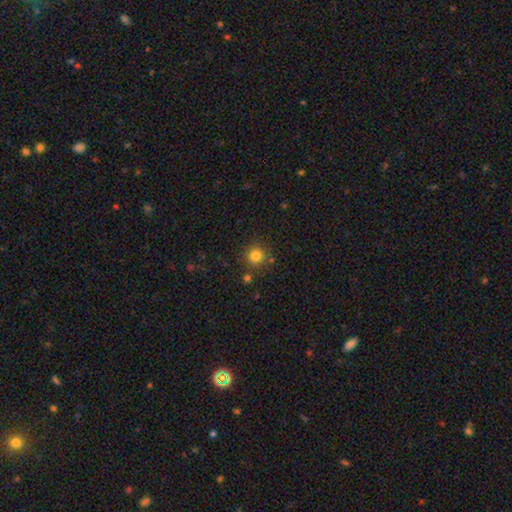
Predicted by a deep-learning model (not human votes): A smooth galaxy with no disk features (81%) that is round (94%). Merging: none (85%).